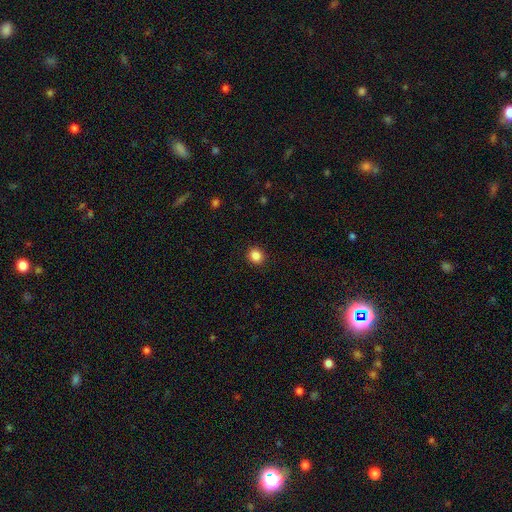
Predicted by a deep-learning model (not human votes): smooth_or_featured: smooth (p=0.86) [alt: star or artifact p=0.11]
how_rounded: round (p=0.85) [alt: in between p=0.14]
merging: none (p=0.92) [alt: minor disturbance p=0.05]